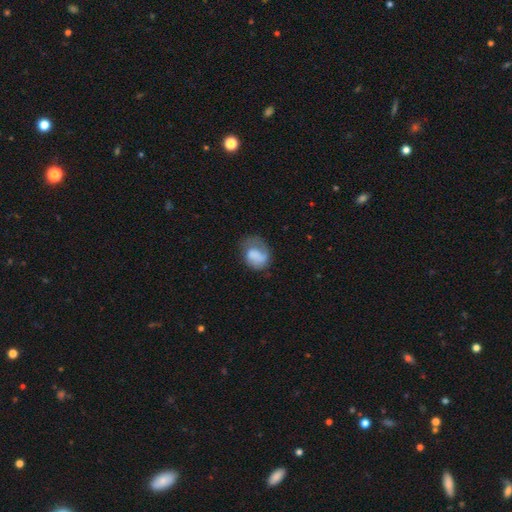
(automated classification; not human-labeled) A smooth galaxy with no disk features (69%) that is in between round and cigar-shaped (58%). Merging: none (35%).